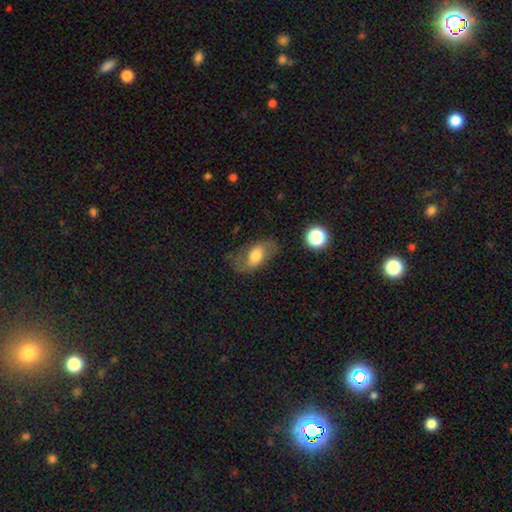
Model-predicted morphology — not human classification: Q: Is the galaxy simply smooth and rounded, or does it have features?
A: smooth — 52%.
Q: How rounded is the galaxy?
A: in between — 86%.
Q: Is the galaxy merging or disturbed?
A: none — 66%.